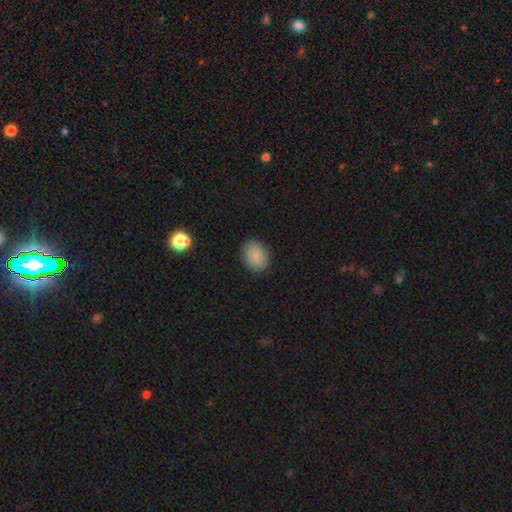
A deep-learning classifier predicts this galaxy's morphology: This appears to be a smooth galaxy with no disk features (86%) that is in between round and cigar-shaped (60%). Merging: none (86%).